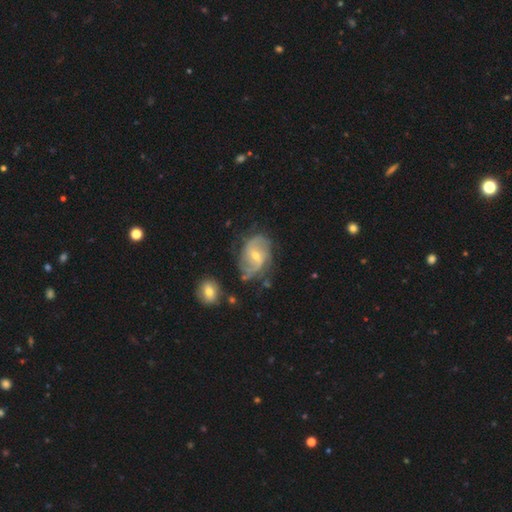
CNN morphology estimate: featured or disk 83%, smooth 10%, star or artifact 6%. Down the decision tree: edge-on disk — no (97%); bar — weak (58%); spiral arms — yes (94%); spiral arm count — 2 (74%); spiral winding — medium (44%); bulge size — small (54%); merging — none (65%).